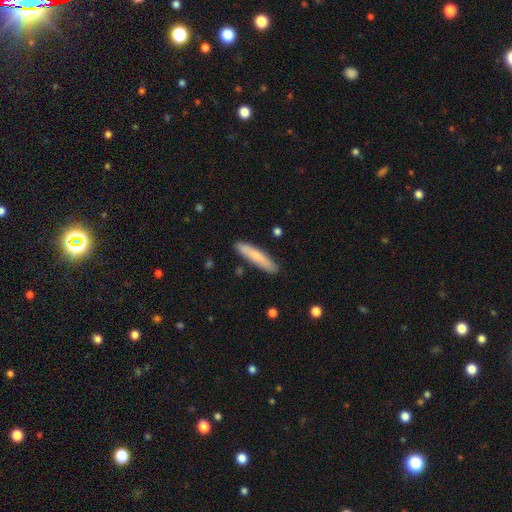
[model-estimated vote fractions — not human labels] Q: Smooth or featured?
A: smooth (73%); runner-up: featured or disk (21%)
Q: How rounded?
A: cigar-shaped (87%); runner-up: in between (12%)
Q: Merging?
A: none (86%); runner-up: minor disturbance (11%)